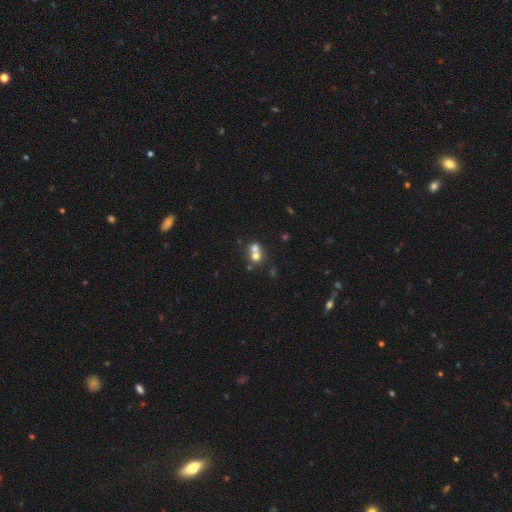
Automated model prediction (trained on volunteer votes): Smooth or featured? Predicted: smooth (p=0.63). How rounded? Predicted: round (p=0.78). Merging? Predicted: merger (p=0.63).